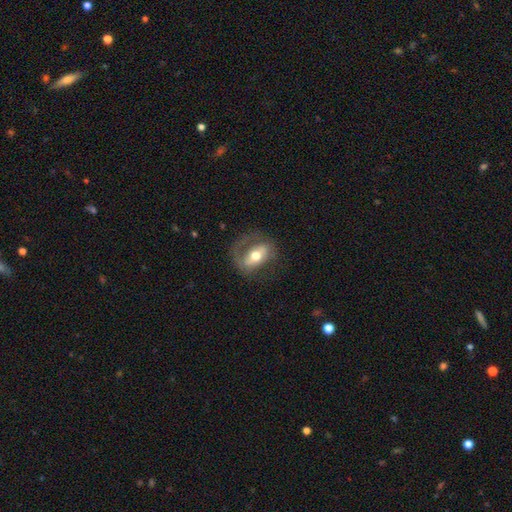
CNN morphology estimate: type=featured or disk (61%); edge-on=no (91%); bar=strong (37%); spiral arms=yes (65%); bulge=moderate (72%); merging=none (53%).